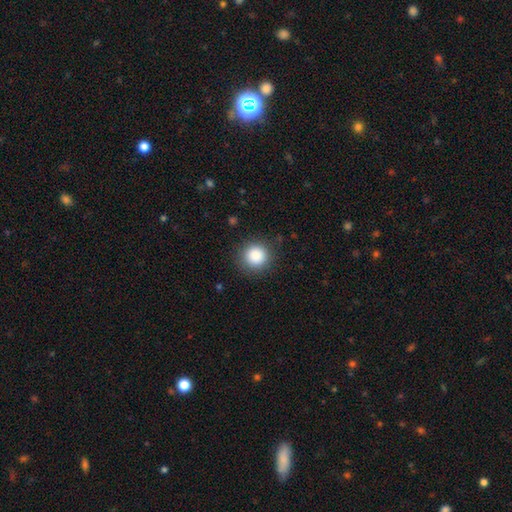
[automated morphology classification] A smooth galaxy with no disk features (87%) that is round (94%).

Vote fractions:
- Smooth or featured? smooth: 87% / star or artifact: 10% / featured or disk: 3%
- How rounded? round: 94% / in between: 5% / cigar-shaped: 1%
- Merging? none: 89% / minor disturbance: 7% / major disturbance: 3% / merger: 1%